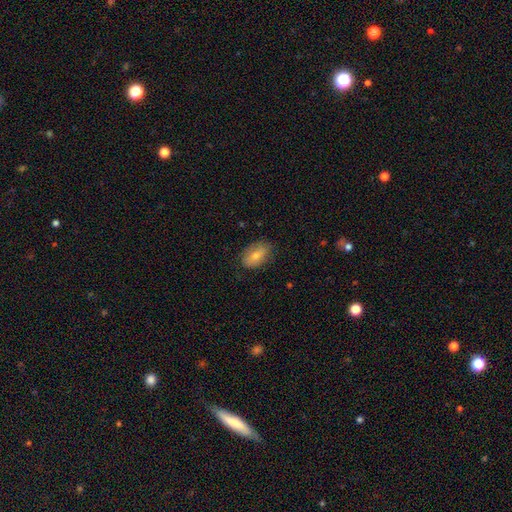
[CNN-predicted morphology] Smooth or featured? Predicted: smooth (p=0.61). How rounded? Predicted: in between (p=0.89). Merging? Predicted: none (p=0.79).